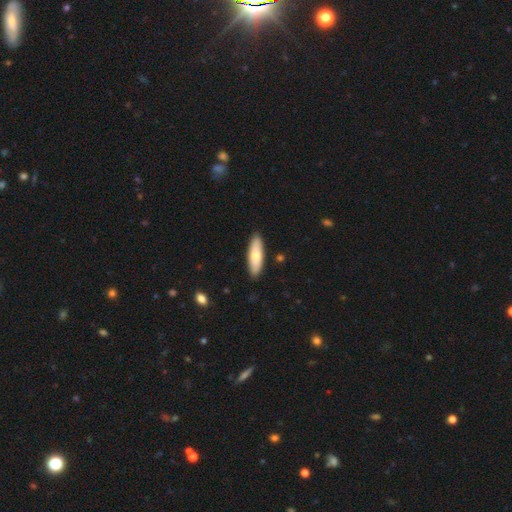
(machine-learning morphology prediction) smooth-or-featured: smooth: 71% | featured or disk: 24% | star or artifact: 5%
  how-rounded: cigar-shaped: 52% | in between: 47% | round: 2%
  merging: none: 89% | minor disturbance: 8% | major disturbance: 2% | merger: 1%